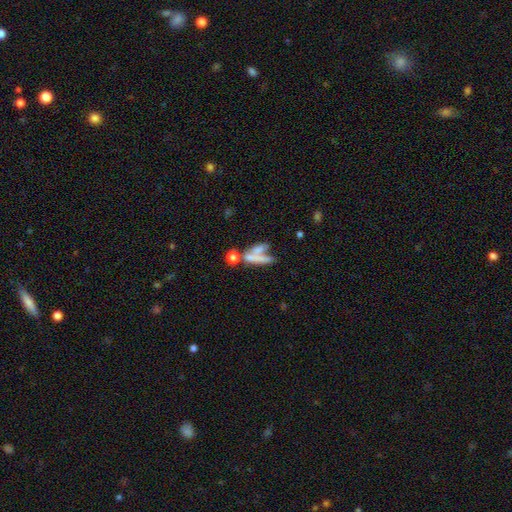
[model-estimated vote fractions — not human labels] smooth-or-featured: smooth: 55% | featured or disk: 33% | star or artifact: 12%
  how-rounded: cigar-shaped: 49% | in between: 39% | round: 12%
  merging: merger: 46% | none: 27% | major disturbance: 16% | minor disturbance: 11%